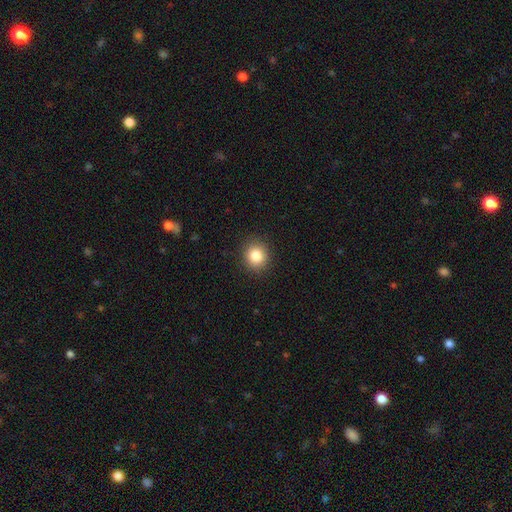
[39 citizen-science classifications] Q: Smooth or featured?
A: smooth (82%); runner-up: star or artifact (10%)
Q: How rounded?
A: round (81%); runner-up: in between (19%)
Q: Merging?
A: none (86%); runner-up: minor disturbance (11%)